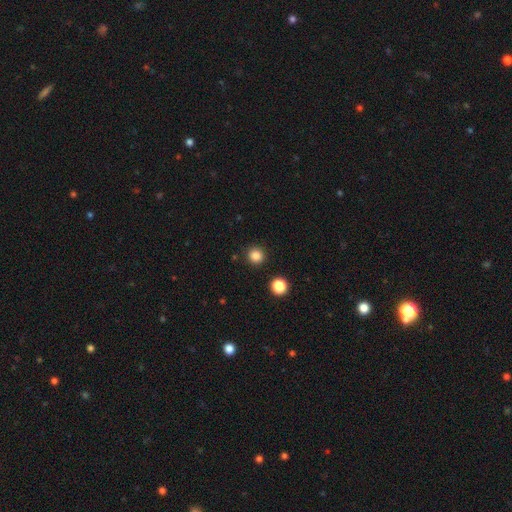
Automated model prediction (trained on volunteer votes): A smooth galaxy with no disk features (84%) that is round (94%). Merging: none (91%).